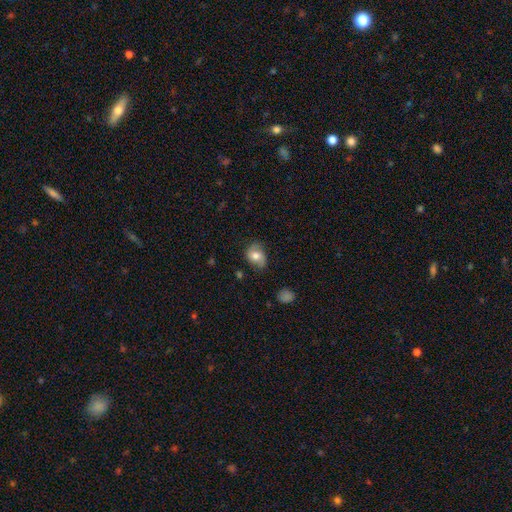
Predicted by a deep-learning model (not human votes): smooth-or-featured: smooth: 60% | featured or disk: 32% | star or artifact: 8%
  how-rounded: in between: 60% | round: 39% | cigar-shaped: 1%
  merging: none: 64% | minor disturbance: 26% | major disturbance: 8% | merger: 2%